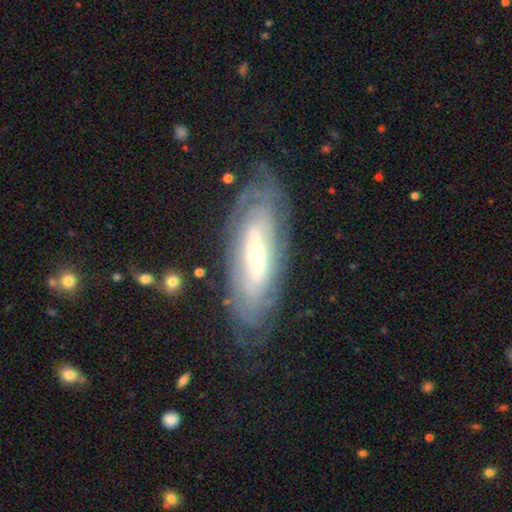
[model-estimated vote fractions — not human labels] Smooth or featured? Predicted: featured or disk (p=0.82). Edge-on disk? Predicted: no (p=0.84). Bar? Predicted: no (p=0.39). Spiral arms? Predicted: yes (p=0.86). Spiral winding? Predicted: tight (p=0.77). Spiral arm count? Predicted: can't tell (p=0.62). Bulge size? Predicted: small (p=0.54). Merging? Predicted: none (p=0.78).